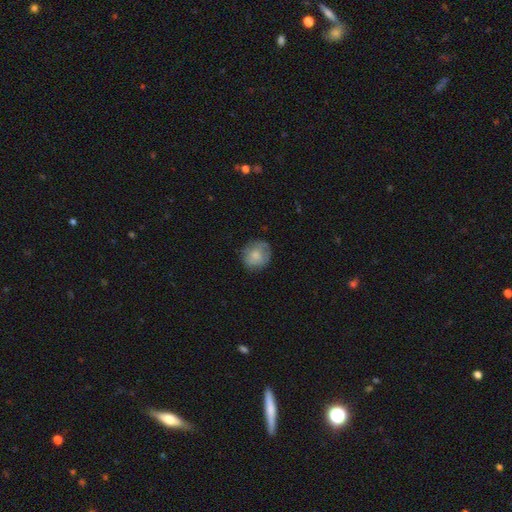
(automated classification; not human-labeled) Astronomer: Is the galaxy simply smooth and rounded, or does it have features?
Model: smooth — 71%.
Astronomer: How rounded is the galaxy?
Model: round — 83%.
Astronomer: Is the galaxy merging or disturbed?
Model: none — 73%.